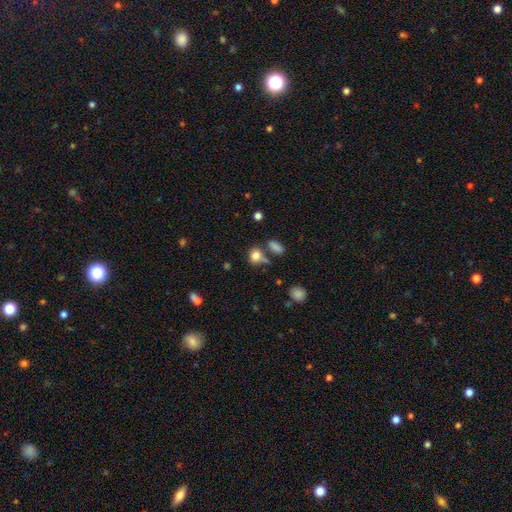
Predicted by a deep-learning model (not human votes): smooth 80%, star or artifact 12%, featured or disk 8%. Down the decision tree: how rounded — round (60%); merging — none (55%).